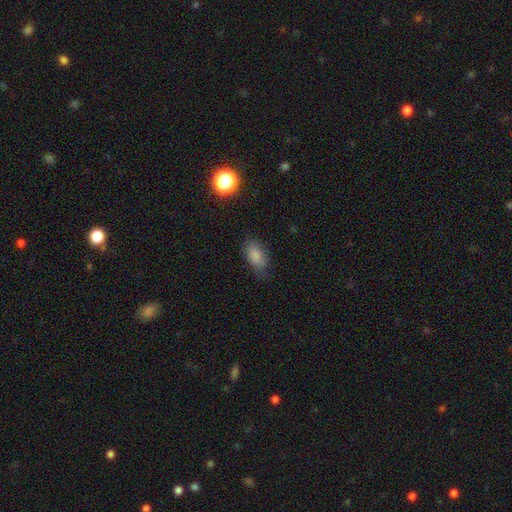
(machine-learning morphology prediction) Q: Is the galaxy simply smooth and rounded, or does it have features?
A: smooth — 84%.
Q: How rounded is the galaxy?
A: in between — 90%.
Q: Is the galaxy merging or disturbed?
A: none — 73%.